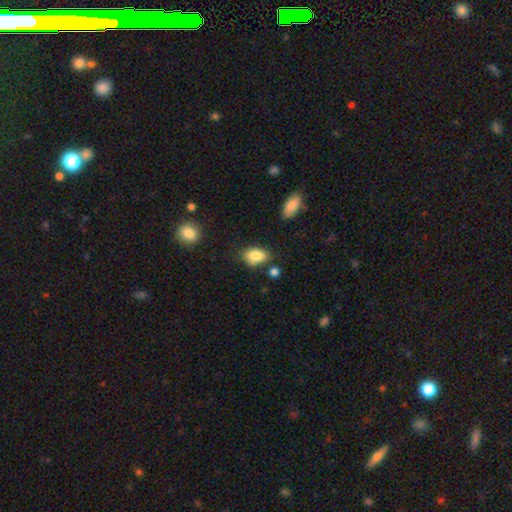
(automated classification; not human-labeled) Overall: smooth (85%). How rounded: in between (89%). Merging: none (70%).